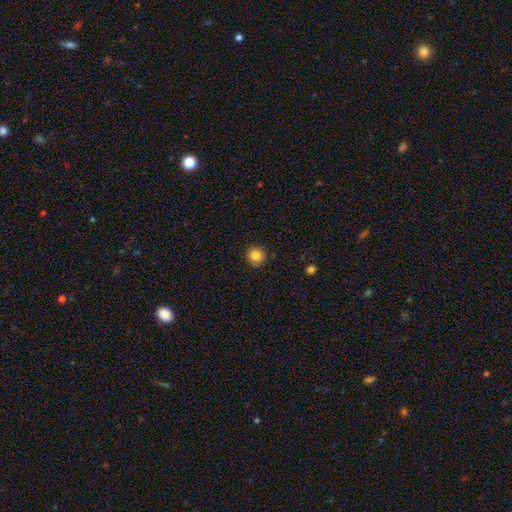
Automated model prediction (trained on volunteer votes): This appears to be a smooth galaxy with no disk features (85%) that is round (93%). Merging: none (90%).